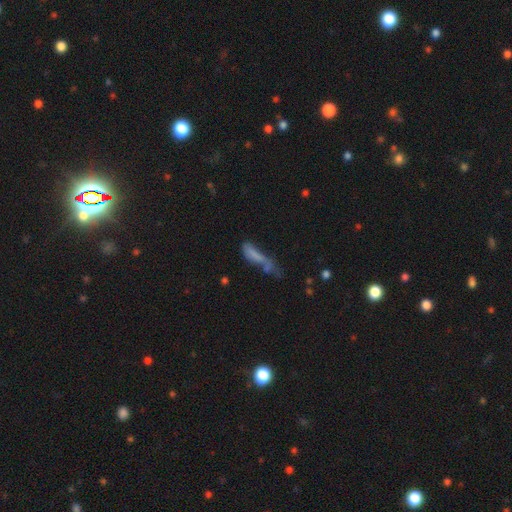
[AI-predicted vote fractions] A smooth galaxy with no disk features (58%) that is cigar-shaped (62%). Merging: major disturbance (29%).